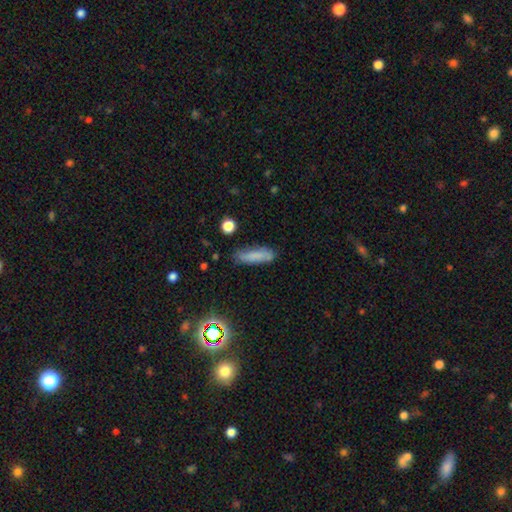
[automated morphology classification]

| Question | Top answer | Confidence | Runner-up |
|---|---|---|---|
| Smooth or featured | smooth | 75% | featured or disk (14%) |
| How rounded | cigar-shaped | 63% | in between (35%) |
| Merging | none | 73% | minor disturbance (20%) |